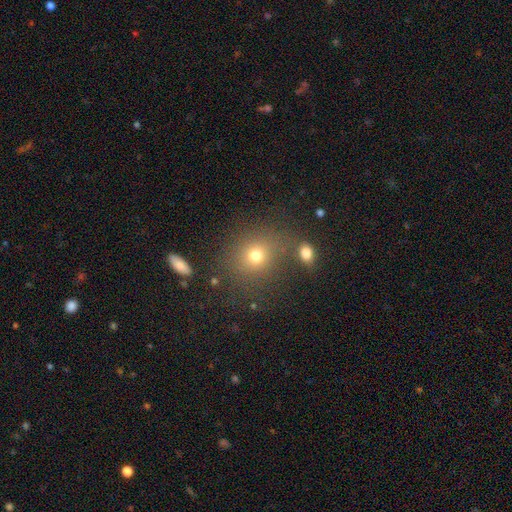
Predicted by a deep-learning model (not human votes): smooth-or-featured: smooth: 72% | star or artifact: 18% | featured or disk: 10%
  how-rounded: round: 73% | in between: 26% | cigar-shaped: 1%
  merging: none: 74% | minor disturbance: 11% | merger: 9% | major disturbance: 6%